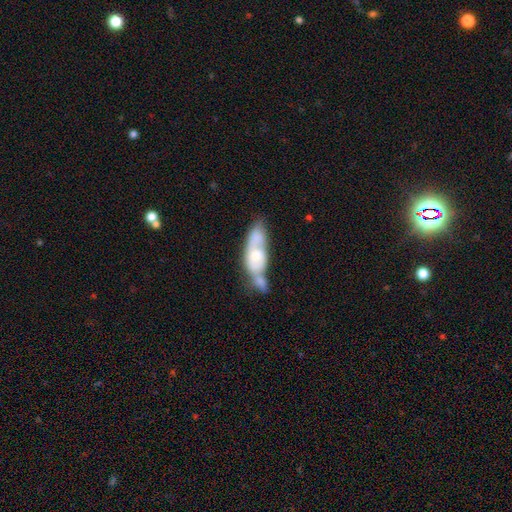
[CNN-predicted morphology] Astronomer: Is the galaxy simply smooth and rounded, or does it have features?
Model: featured or disk — 49% (runner-up: smooth, 45%).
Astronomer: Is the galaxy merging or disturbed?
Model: merger — 55%.